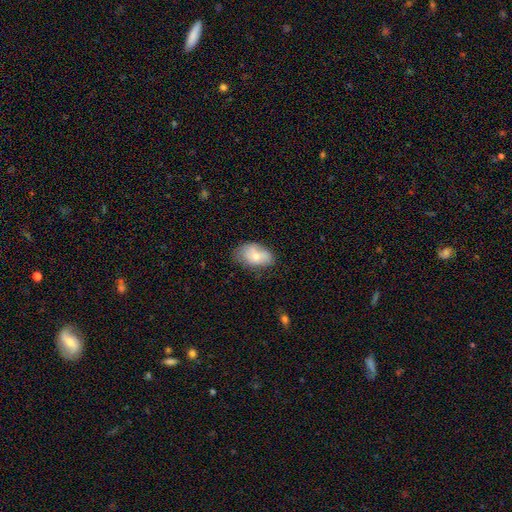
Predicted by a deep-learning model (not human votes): Smooth or featured?
  - smooth: 70% *
  - featured or disk: 23%
  - star or artifact: 8%
How rounded?
  - in between: 90% *
  - round: 9%
  - cigar-shaped: 1%
Merging?
  - none: 51% *
  - minor disturbance: 32%
  - major disturbance: 10%
  - merger: 7%